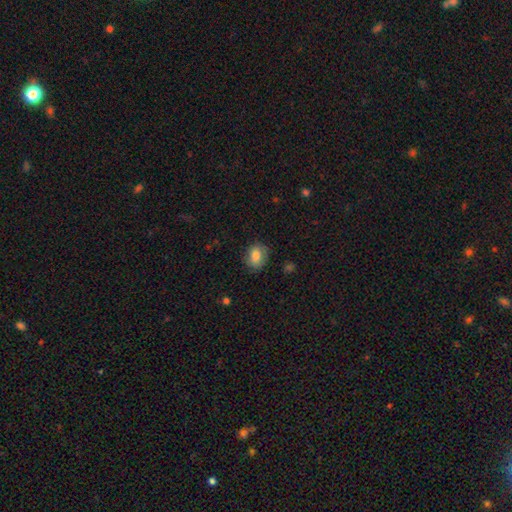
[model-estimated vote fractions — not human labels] Smooth or featured?
  - smooth: 81% *
  - featured or disk: 11%
  - star or artifact: 8%
How rounded?
  - in between: 54% *
  - round: 45%
  - cigar-shaped: 1%
Merging?
  - none: 82% *
  - minor disturbance: 14%
  - major disturbance: 3%
  - merger: 1%